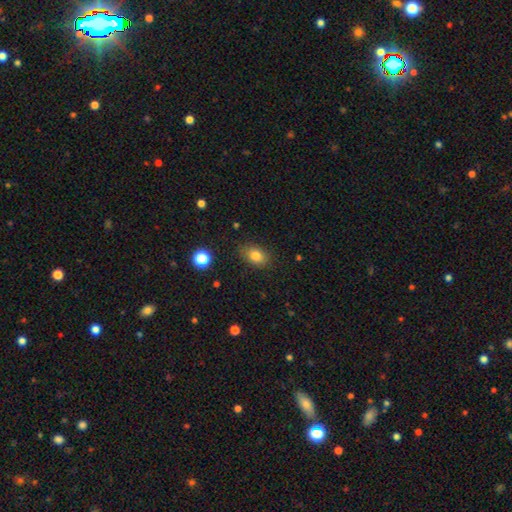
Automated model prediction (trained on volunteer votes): Smooth or featured: smooth — 81% (star or artifact — 11%)
How rounded: in between — 71% (round — 27%)
Merging: none — 81% (minor disturbance — 14%)